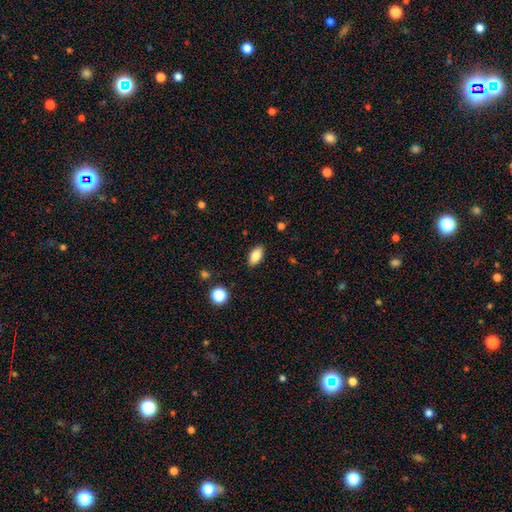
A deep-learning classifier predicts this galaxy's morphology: Smooth or featured: smooth — 84% (star or artifact — 8%)
How rounded: in between — 91% (round — 5%)
Merging: none — 88% (minor disturbance — 9%)